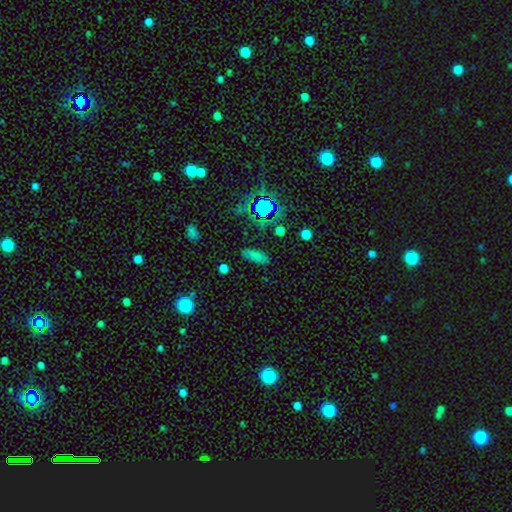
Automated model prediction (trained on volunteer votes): Morphology: type=smooth (72%); roundness=in between (66%); merging=none (81%).